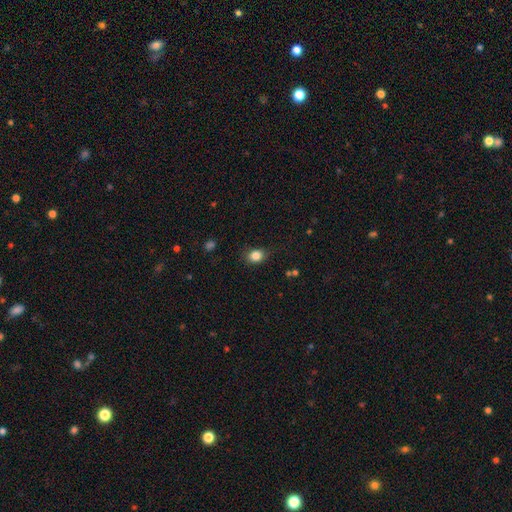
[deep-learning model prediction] This appears to be a smooth galaxy with no disk features (84%) that is round (54%). Merging: none (78%).